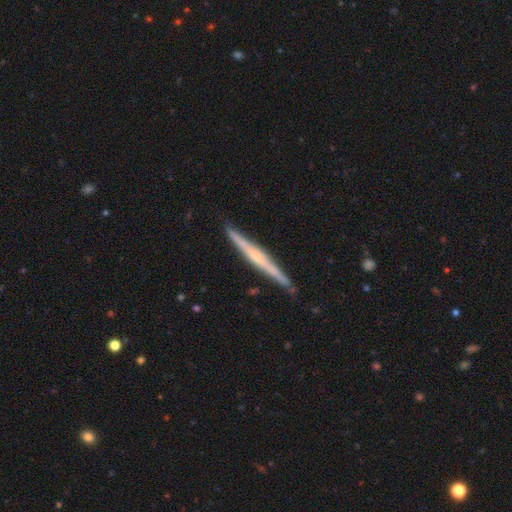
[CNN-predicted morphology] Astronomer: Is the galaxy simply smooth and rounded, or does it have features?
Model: featured or disk — 72%.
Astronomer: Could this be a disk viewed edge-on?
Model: yes — 98%.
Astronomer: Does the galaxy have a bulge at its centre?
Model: rounded — 51% (runner-up: none, 36%).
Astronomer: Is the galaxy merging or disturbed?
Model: none — 90%.